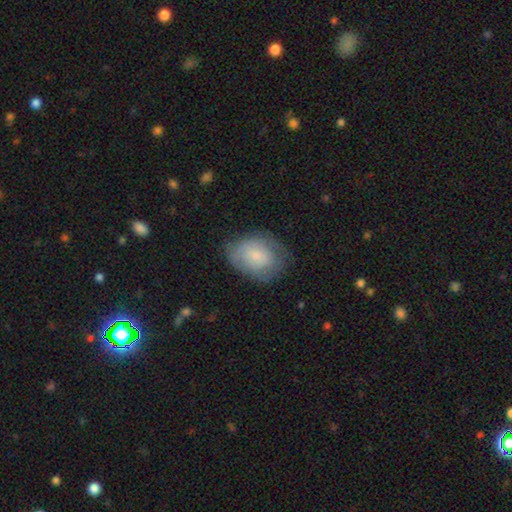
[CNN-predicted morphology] A smooth galaxy with no disk features (71%) that is in between round and cigar-shaped (72%). Merging: none (65%).